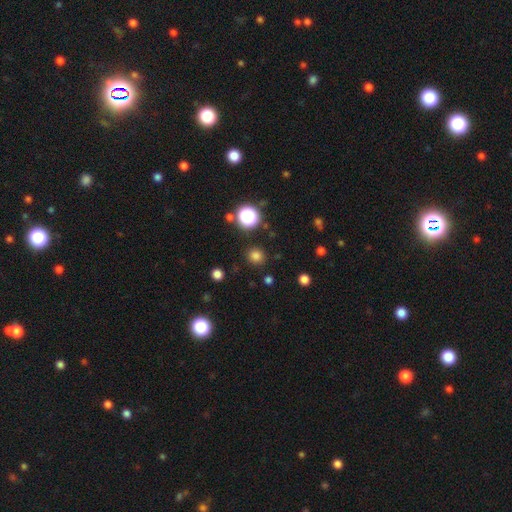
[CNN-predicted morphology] This appears to be a smooth galaxy with no disk features (78%) that is round (91%). Merging: none (89%).